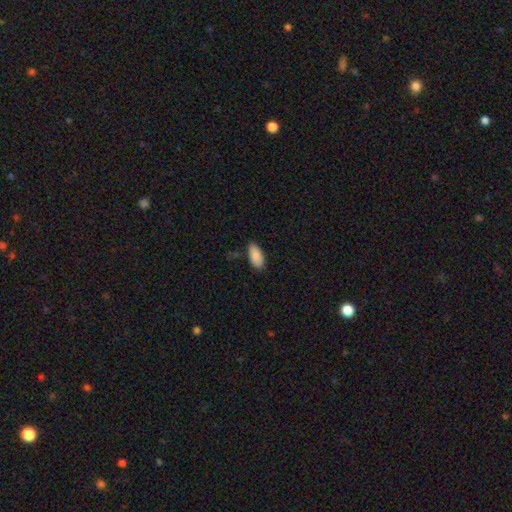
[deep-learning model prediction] smooth 88%, star or artifact 7%, featured or disk 5%. Down the decision tree: how rounded — in between (92%); merging — none (74%).